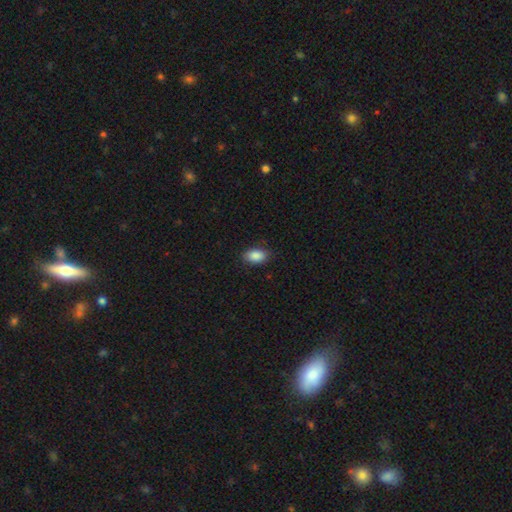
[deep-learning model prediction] Smooth or featured?
  - smooth: 89% *
  - star or artifact: 7%
  - featured or disk: 4%
How rounded?
  - in between: 90% *
  - round: 9%
  - cigar-shaped: 2%
Merging?
  - none: 85% *
  - minor disturbance: 12%
  - major disturbance: 3%
  - merger: 1%